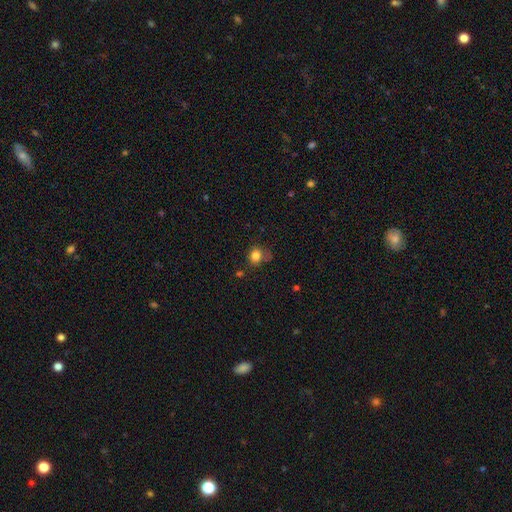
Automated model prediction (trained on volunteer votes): smooth_or_featured: smooth (p=0.82) [alt: star or artifact p=0.12]
how_rounded: round (p=0.74) [alt: in between p=0.25]
merging: none (p=0.60) [alt: minor disturbance p=0.25]